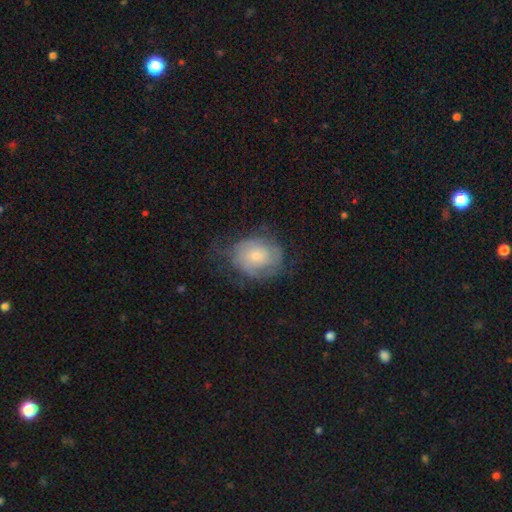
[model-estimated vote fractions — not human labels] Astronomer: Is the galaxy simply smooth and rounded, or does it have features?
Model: featured or disk — 47% (runner-up: smooth, 46%).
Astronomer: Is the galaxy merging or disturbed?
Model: none — 55%.